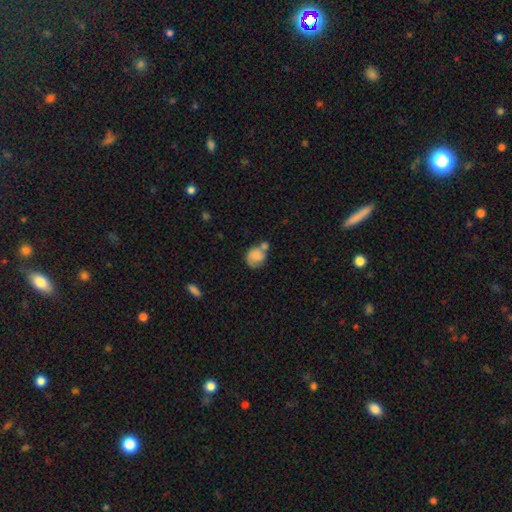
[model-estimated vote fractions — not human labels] This is likely a smooth galaxy (73%). How rounded: possibly round (56%). Merging: marginally merger (39%).